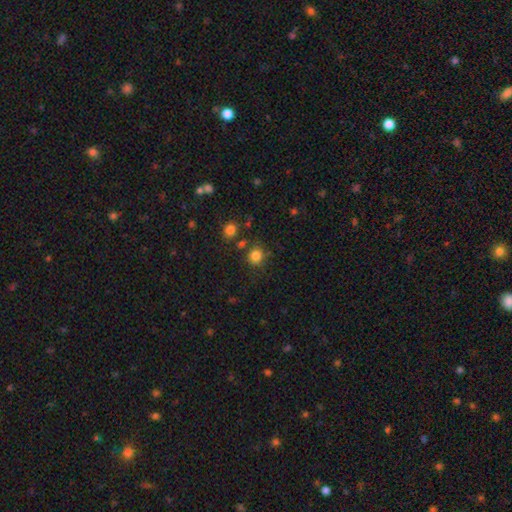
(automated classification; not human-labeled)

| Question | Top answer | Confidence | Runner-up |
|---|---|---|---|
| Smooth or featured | smooth | 82% | star or artifact (13%) |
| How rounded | round | 84% | in between (15%) |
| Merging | none | 76% | minor disturbance (12%) |